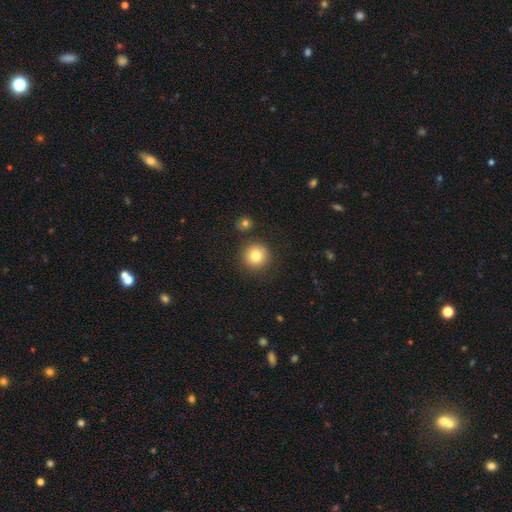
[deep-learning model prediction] smooth-or-featured: smooth: 81% | star or artifact: 11% | featured or disk: 8%
  how-rounded: round: 94% | in between: 5% | cigar-shaped: 1%
  merging: none: 86% | minor disturbance: 7% | merger: 4% | major disturbance: 2%